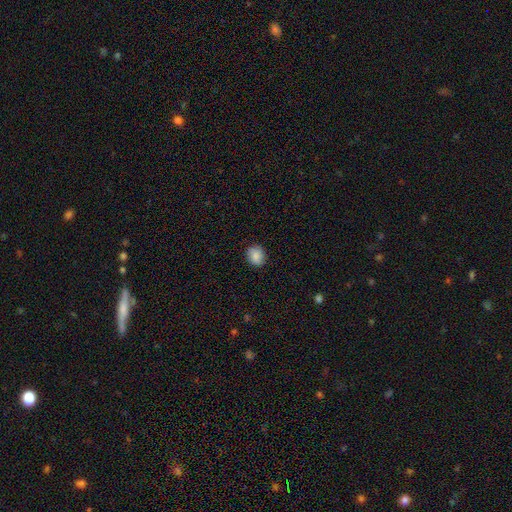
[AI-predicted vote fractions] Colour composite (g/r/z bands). It shows a smooth galaxy with no disk features (87%) that is round (67%). Merging: none (88%).